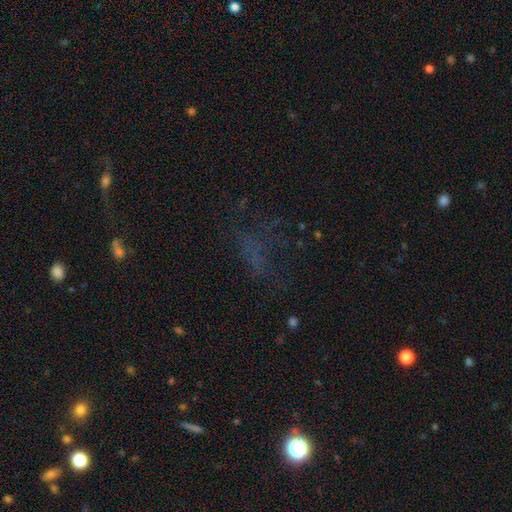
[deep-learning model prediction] Smooth or featured: star or artifact — 45% (smooth — 33%)